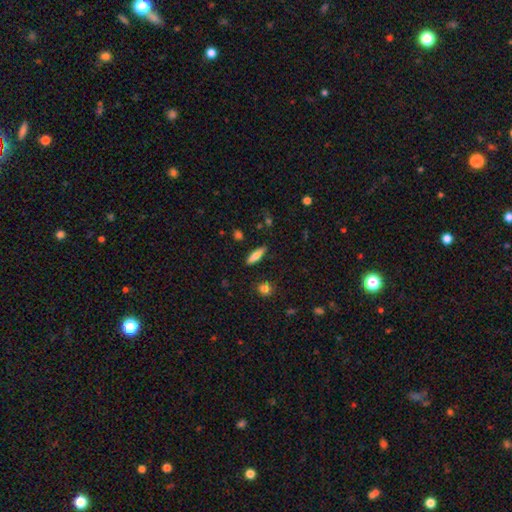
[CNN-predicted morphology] This is likely a smooth galaxy (74%). How rounded: likely cigar-shaped (67%). Merging: clearly none (86%).